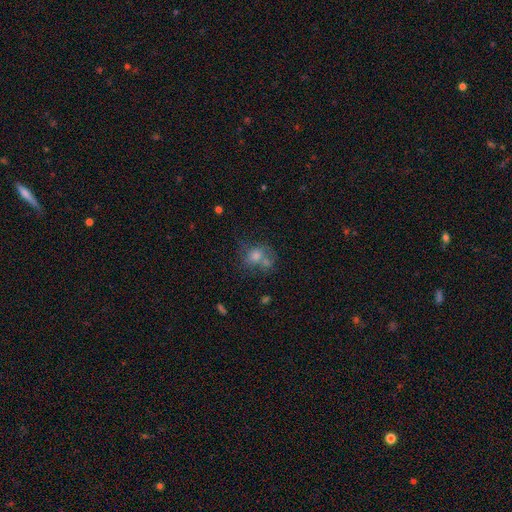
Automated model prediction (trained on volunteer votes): smooth-or-featured: smooth: 58% | featured or disk: 25% | star or artifact: 17%
  how-rounded: round: 64% | in between: 35% | cigar-shaped: 1%
  merging: none: 41% | merger: 30% | minor disturbance: 17% | major disturbance: 12%